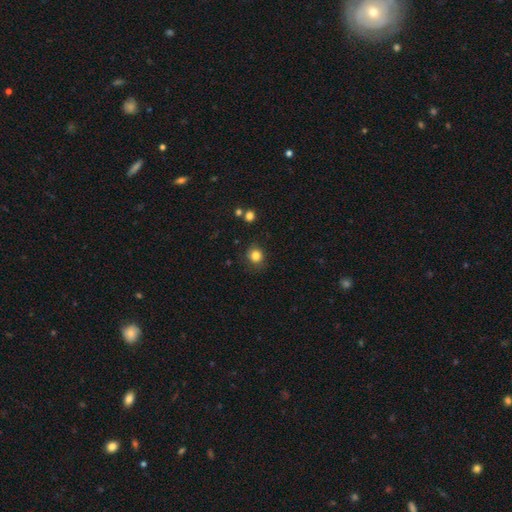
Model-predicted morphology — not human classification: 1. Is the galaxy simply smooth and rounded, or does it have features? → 83% smooth, 12% star or artifact, 6% featured or disk.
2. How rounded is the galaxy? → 86% round, 13% in between, 1% cigar-shaped.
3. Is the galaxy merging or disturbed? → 82% none, 13% minor disturbance, 4% major disturbance, 2% merger.